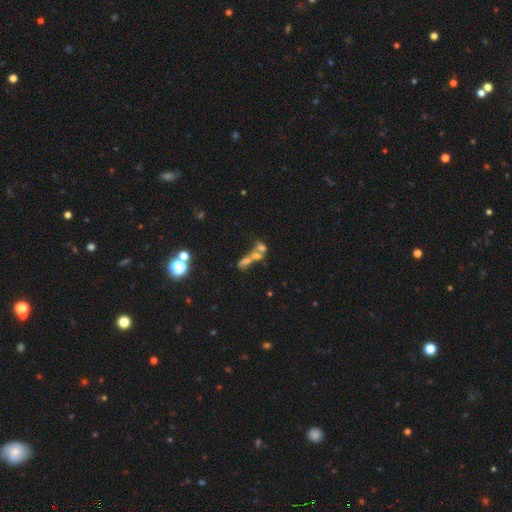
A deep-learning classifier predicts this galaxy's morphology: Smooth or featured?
  - smooth: 45% *
  - featured or disk: 35%
  - star or artifact: 21%
Merging?
  - merger: 62% *
  - none: 21%
  - major disturbance: 10%
  - minor disturbance: 8%